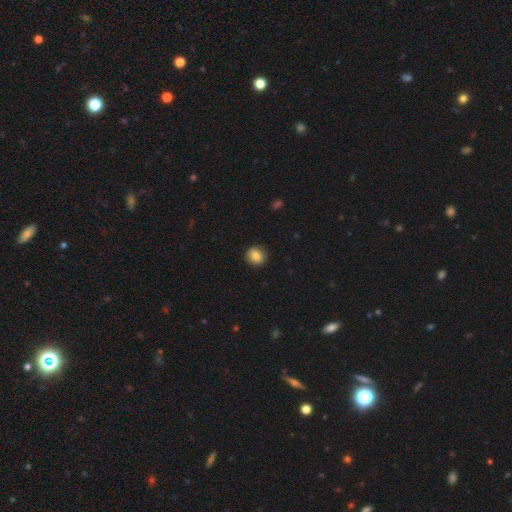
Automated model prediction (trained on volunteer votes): Morphology: type=smooth (82%); roundness=round (83%); merging=none (89%).